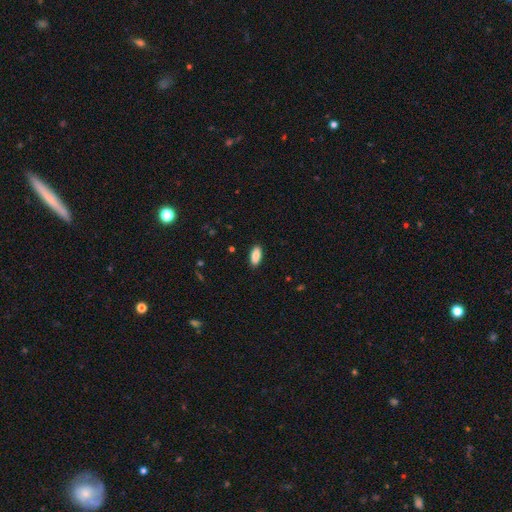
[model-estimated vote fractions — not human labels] A smooth galaxy with no disk features (89%) that is in between round and cigar-shaped (85%). Merging: none (90%).